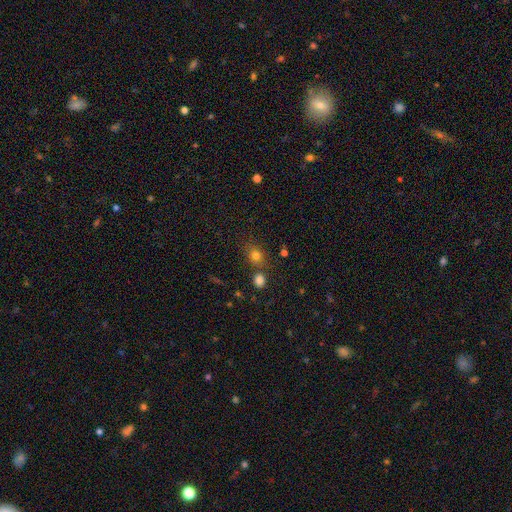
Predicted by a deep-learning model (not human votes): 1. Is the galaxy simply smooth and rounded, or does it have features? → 77% smooth, 15% star or artifact, 8% featured or disk.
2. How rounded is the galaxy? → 57% round, 42% in between, 2% cigar-shaped.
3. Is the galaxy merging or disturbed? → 67% none, 16% merger, 12% minor disturbance, 4% major disturbance.